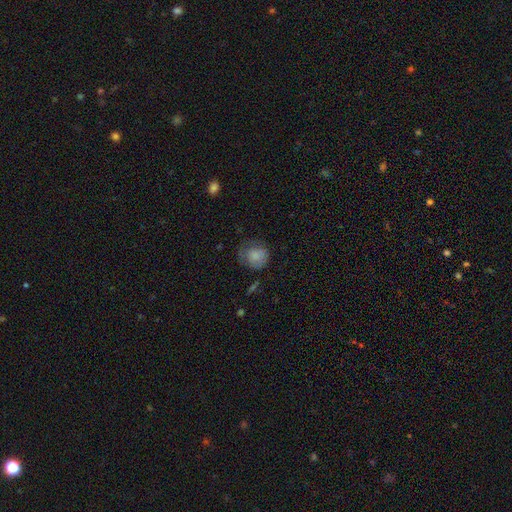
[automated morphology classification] Smooth or featured? Predicted: smooth (p=0.79). How rounded? Predicted: round (p=0.77). Merging? Predicted: none (p=0.48).